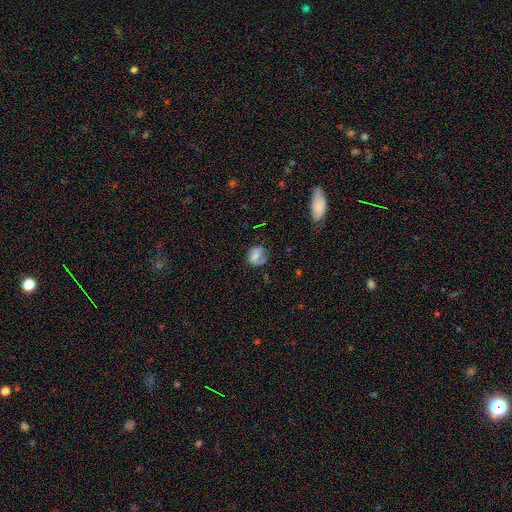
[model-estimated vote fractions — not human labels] Q: Smooth or featured?
A: smooth (47%); runner-up: featured or disk (42%)
Q: Merging?
A: none (55%); runner-up: minor disturbance (25%)